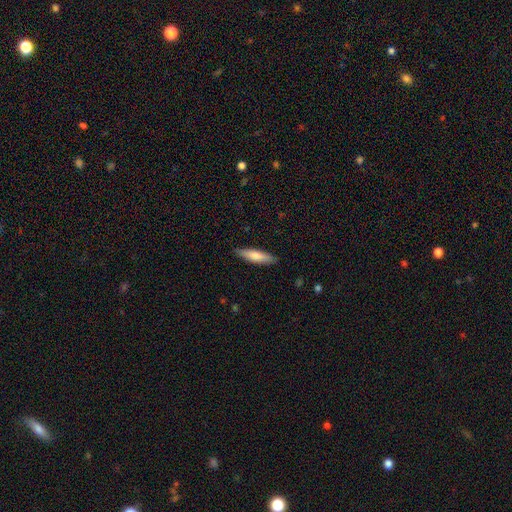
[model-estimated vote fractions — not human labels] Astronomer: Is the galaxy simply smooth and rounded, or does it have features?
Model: smooth — 74%.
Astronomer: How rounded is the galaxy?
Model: cigar-shaped — 75%.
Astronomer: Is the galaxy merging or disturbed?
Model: none — 88%.